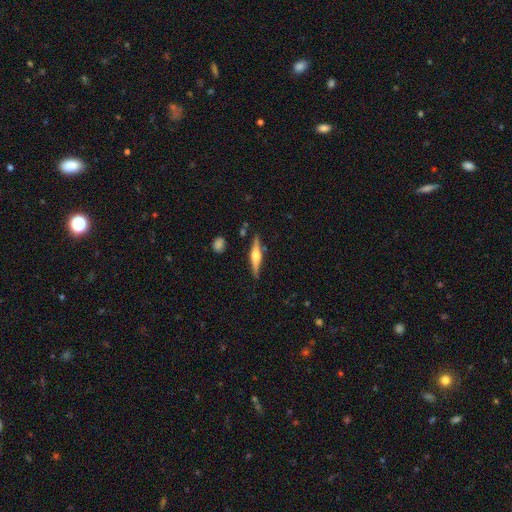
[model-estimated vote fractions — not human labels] Smooth or featured? featured or disk (72%)
Edge-on disk? yes (97%)
Edge-on bulge? rounded (92%)
Merging? none (86%)